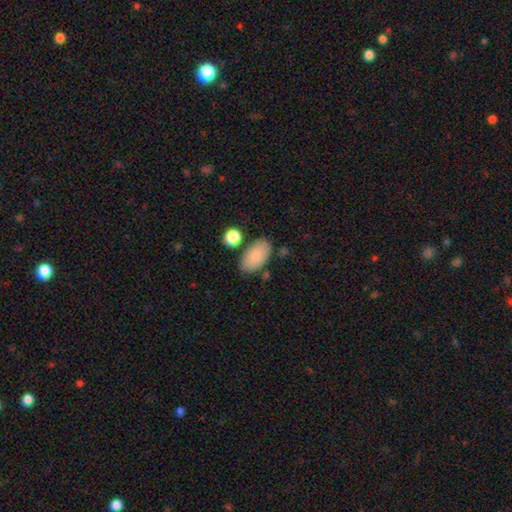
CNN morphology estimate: Smooth or featured? Predicted: smooth (p=0.87). How rounded? Predicted: in between (p=0.94). Merging? Predicted: none (p=0.77).